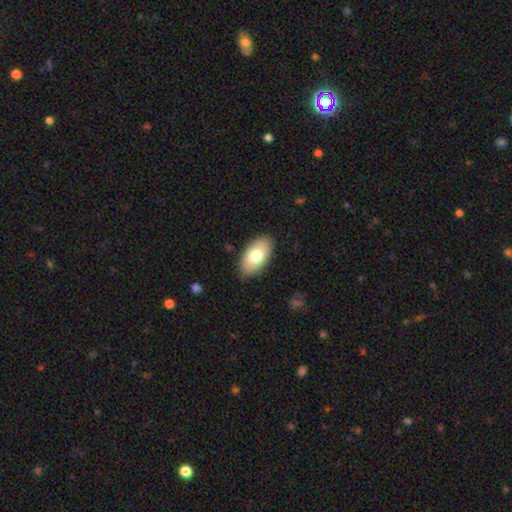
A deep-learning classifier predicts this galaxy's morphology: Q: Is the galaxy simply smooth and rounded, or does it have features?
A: smooth — 75%.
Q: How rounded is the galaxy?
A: in between — 95%.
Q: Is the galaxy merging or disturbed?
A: none — 86%.